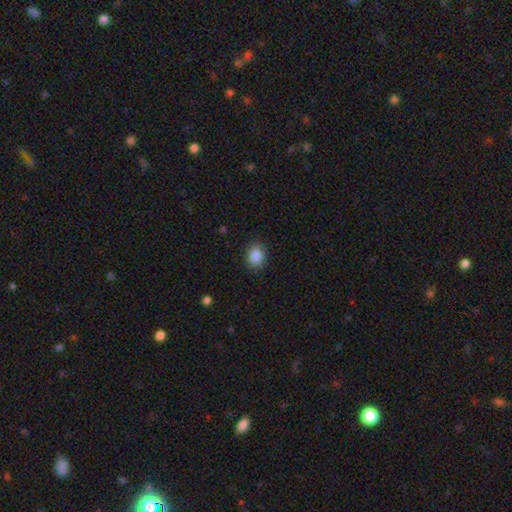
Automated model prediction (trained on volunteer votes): This is clearly a smooth galaxy (87%). How rounded: possibly in between (52%). Merging: clearly none (87%).